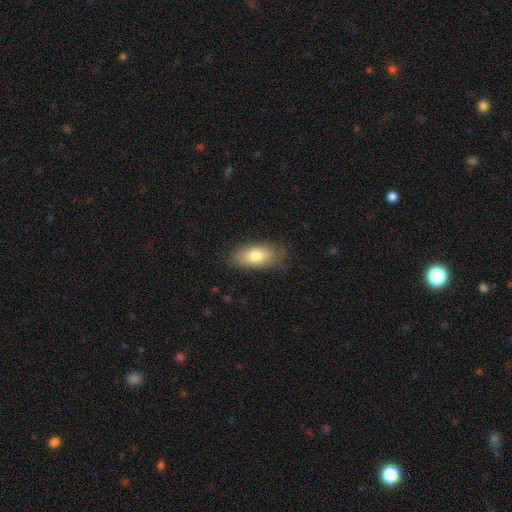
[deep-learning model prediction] A smooth galaxy with no disk features (77%) that is in between round and cigar-shaped (89%).

Vote fractions:
- Smooth or featured? smooth: 77% / featured or disk: 16% / star or artifact: 7%
- How rounded? in between: 89% / cigar-shaped: 7% / round: 4%
- Merging? none: 81% / minor disturbance: 15% / major disturbance: 3% / merger: 1%